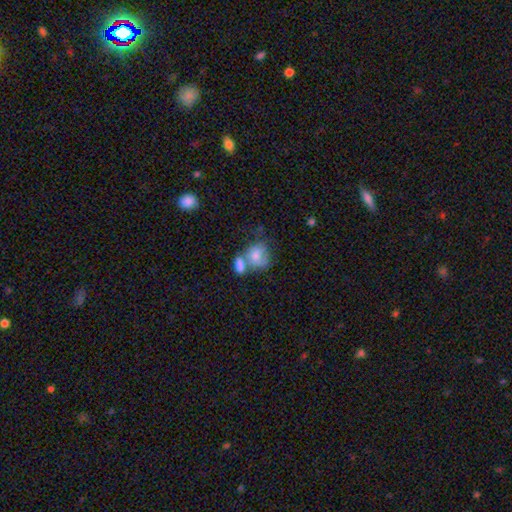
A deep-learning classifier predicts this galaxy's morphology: Smooth or featured? Predicted: smooth (p=0.71). How rounded? Predicted: in between (p=0.50). Merging? Predicted: merger (p=0.49).